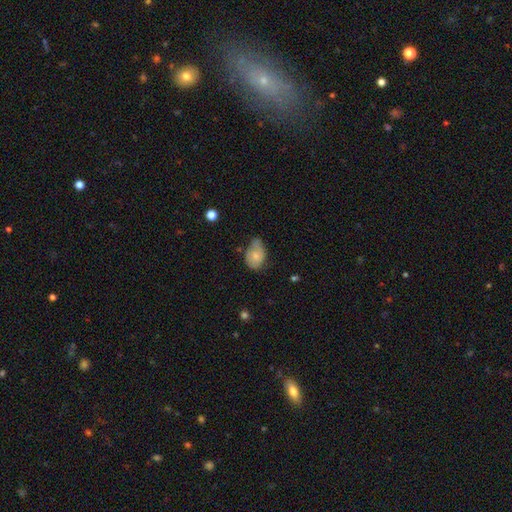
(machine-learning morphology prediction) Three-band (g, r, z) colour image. It shows a smooth galaxy with no disk features (71%) that is in between round and cigar-shaped (82%). Merging: minor disturbance (44%).